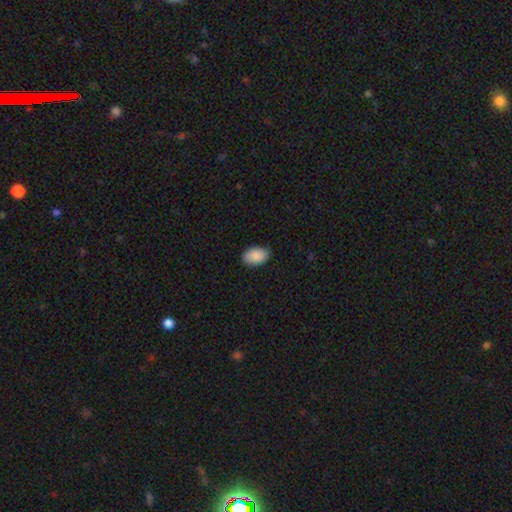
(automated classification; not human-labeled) This is clearly a smooth galaxy (89%). How rounded: clearly in between (90%). Merging: clearly none (84%).